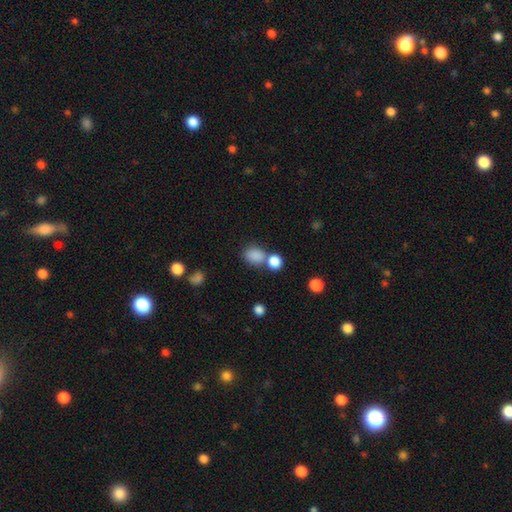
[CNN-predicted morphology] smooth 84%, star or artifact 11%, featured or disk 5%. Down the decision tree: how rounded — in between (53%); merging — none (52%).